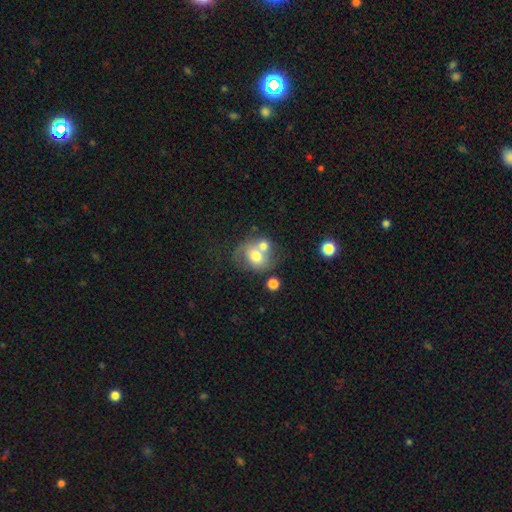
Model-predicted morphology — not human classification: The model was most divided on "merging": merger: 49%, none: 30%, minor disturbance: 12%, major disturbance: 9%. More confident: how rounded — round (67%); smooth or featured — smooth (59%).